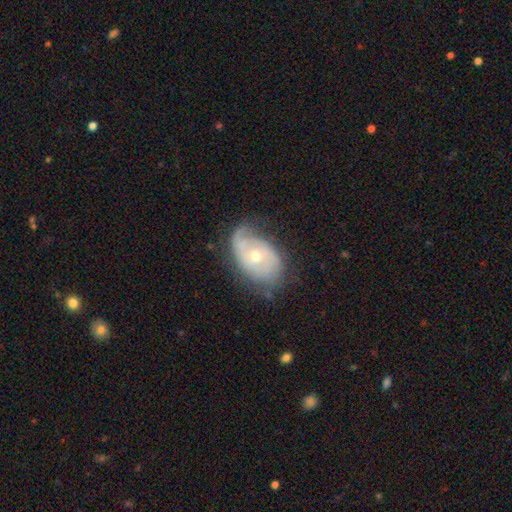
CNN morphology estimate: This is likely a featured or disk galaxy (76%). It is clearly not viewed edge-on (95%). Bar: likely no (74%). Spiral arm pattern: clearly yes (86%). Spiral arm count: possibly 2 (49%). Spiral winding: marginally tight (44%). Central bulge: possibly moderate (49%). Merging: possibly none (58%).